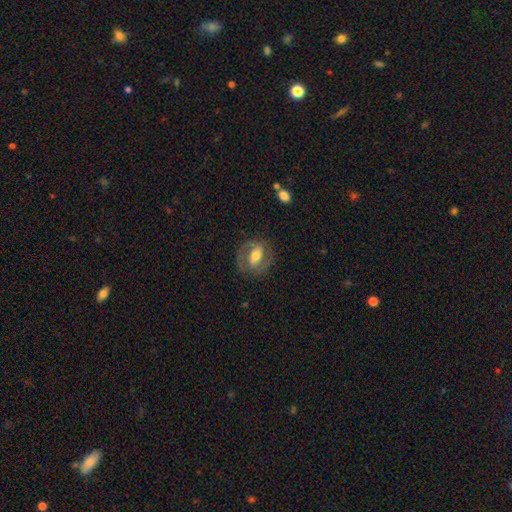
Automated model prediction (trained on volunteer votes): Smooth or featured? featured or disk (65%)
Edge-on disk? no (95%)
Bar? strong (40%)
Spiral arms? yes (77%)
Bulge size? moderate (65%)
Merging? none (78%)